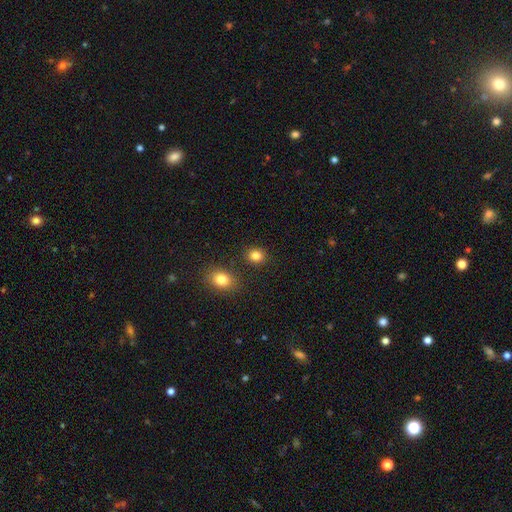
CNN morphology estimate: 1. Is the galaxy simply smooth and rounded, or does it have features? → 83% smooth, 12% star or artifact, 5% featured or disk.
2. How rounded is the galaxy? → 70% round, 29% in between, 1% cigar-shaped.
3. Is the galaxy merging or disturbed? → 85% none, 7% minor disturbance, 5% merger, 2% major disturbance.